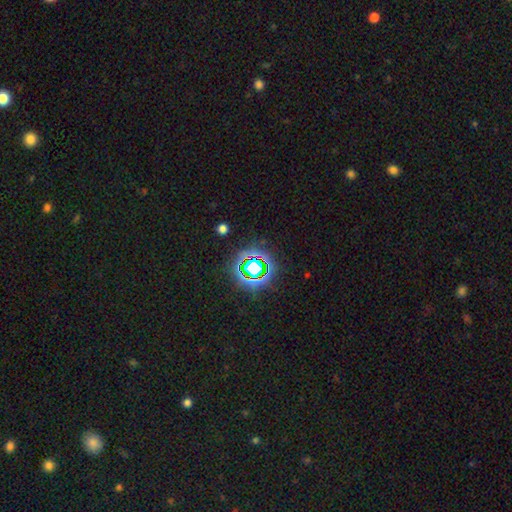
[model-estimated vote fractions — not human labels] smooth_or_featured: star or artifact (p=0.71) [alt: smooth p=0.18]